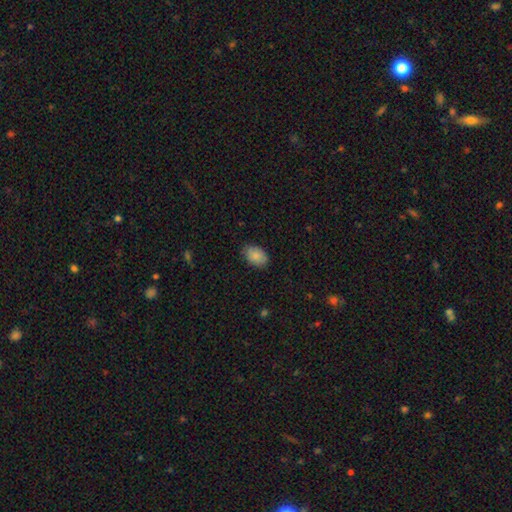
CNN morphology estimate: Smooth or featured?
  - smooth: 86% *
  - star or artifact: 7%
  - featured or disk: 7%
How rounded?
  - in between: 89% *
  - round: 10%
  - cigar-shaped: 1%
Merging?
  - none: 85% *
  - minor disturbance: 12%
  - major disturbance: 2%
  - merger: 1%